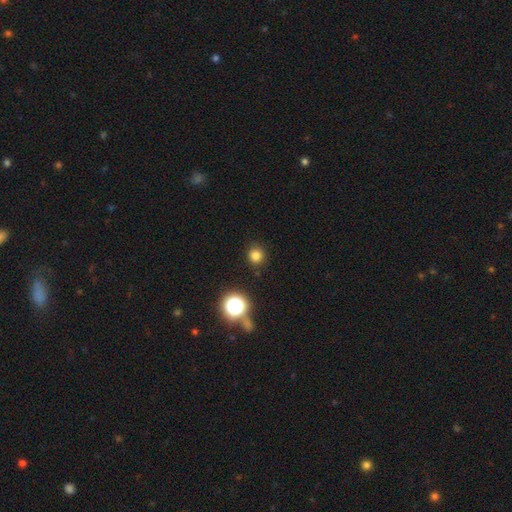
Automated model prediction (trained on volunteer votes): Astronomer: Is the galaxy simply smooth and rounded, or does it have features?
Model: smooth — 79%.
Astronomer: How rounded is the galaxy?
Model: round — 92%.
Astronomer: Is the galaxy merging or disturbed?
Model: none — 88%.